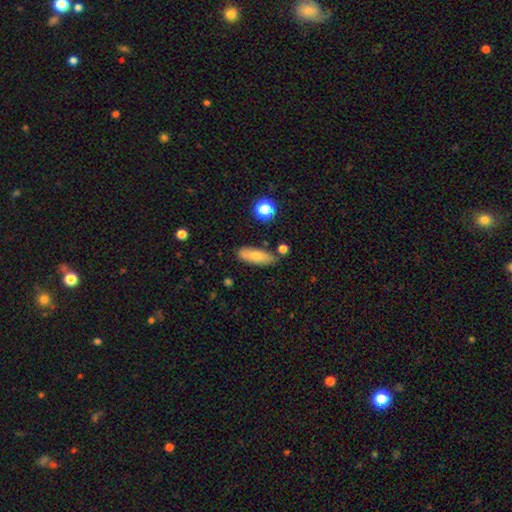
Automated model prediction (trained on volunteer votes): Smooth or featured?
  - smooth: 74% *
  - featured or disk: 18%
  - star or artifact: 8%
How rounded?
  - in between: 62% *
  - cigar-shaped: 35%
  - round: 3%
Merging?
  - none: 76% *
  - minor disturbance: 16%
  - merger: 6%
  - major disturbance: 3%